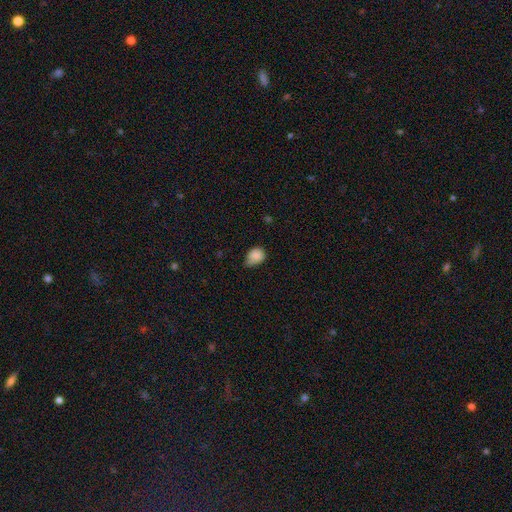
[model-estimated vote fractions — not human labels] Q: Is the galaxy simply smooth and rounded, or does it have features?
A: smooth — 85%.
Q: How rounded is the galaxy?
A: in between — 56%.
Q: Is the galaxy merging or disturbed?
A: minor disturbance — 46%.